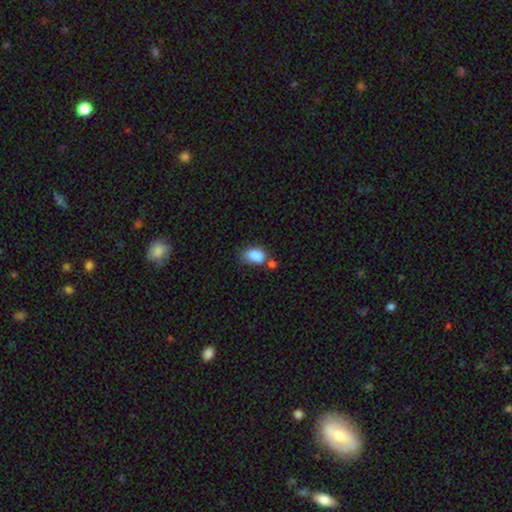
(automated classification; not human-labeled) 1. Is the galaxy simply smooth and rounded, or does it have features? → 85% smooth, 9% star or artifact, 5% featured or disk.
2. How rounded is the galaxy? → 85% in between, 13% round, 2% cigar-shaped.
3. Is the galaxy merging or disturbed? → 48% none, 25% minor disturbance, 19% merger, 8% major disturbance.